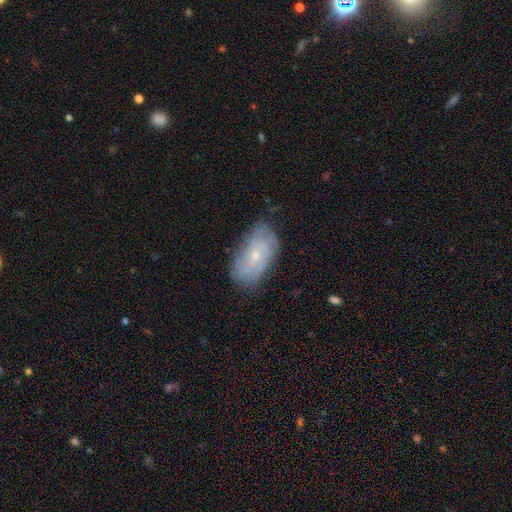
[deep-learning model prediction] smooth-or-featured: featured or disk: 59% | smooth: 33% | star or artifact: 8%
  disk-edge-on: no: 94% | yes: 6%
    bar: no: 80% | weak: 17% | strong: 3%
    has-spiral-arms: yes: 78% | no: 22%
    bulge-size: small: 74% | moderate: 22% | none: 2% | large: 1% | dominant: 1%
  merging: none: 72% | minor disturbance: 21% | major disturbance: 6% | merger: 1%